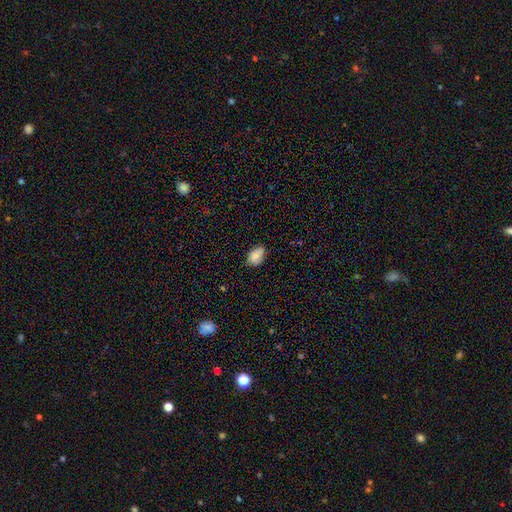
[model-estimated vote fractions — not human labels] The model was most divided on "merging": none: 66%, minor disturbance: 28%, major disturbance: 4%, merger: 1%. More confident: how rounded — in between (86%); smooth or featured — smooth (79%).